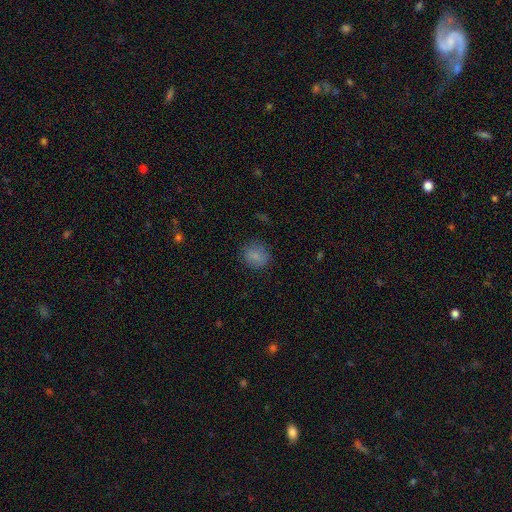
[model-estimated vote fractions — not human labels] Smooth or featured: smooth — 82% (star or artifact — 11%)
How rounded: round — 70% (in between — 29%)
Merging: none — 81% (minor disturbance — 13%)